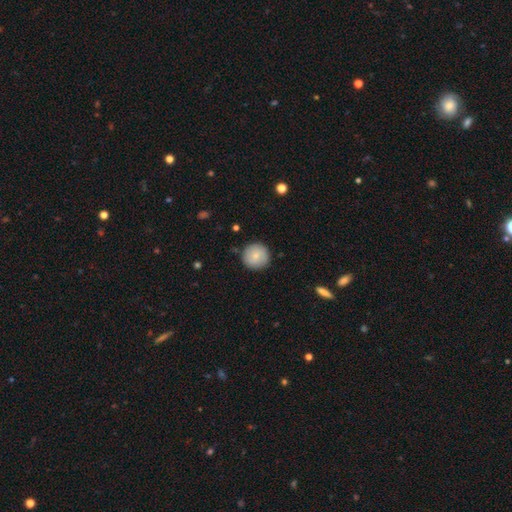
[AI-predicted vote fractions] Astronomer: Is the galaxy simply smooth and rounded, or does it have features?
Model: smooth — 78%.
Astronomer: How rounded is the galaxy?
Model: round — 95%.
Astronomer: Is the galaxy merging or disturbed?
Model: none — 88%.